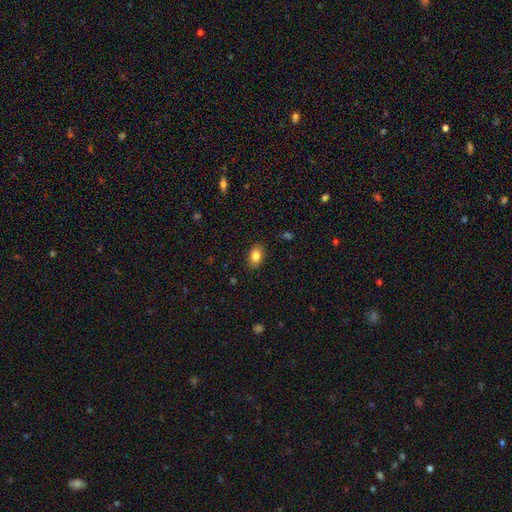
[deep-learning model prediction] The model was most divided on "how rounded": in between: 84%, round: 15%, cigar-shaped: 1%. More confident: merging — none (87%); smooth or featured — smooth (85%).